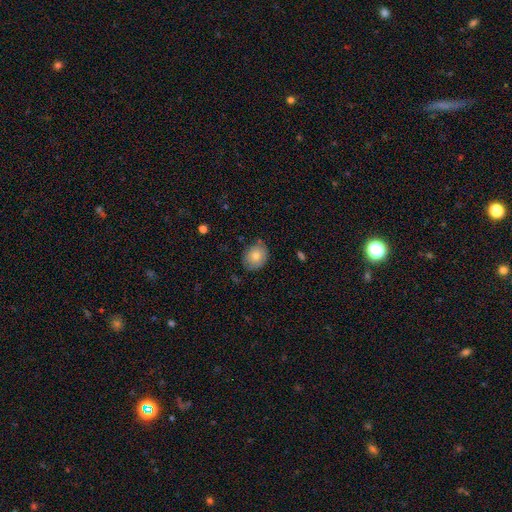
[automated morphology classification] Smooth or featured?
  - smooth: 75% *
  - featured or disk: 17%
  - star or artifact: 8%
How rounded?
  - in between: 52% *
  - round: 47%
  - cigar-shaped: 1%
Merging?
  - none: 79% *
  - minor disturbance: 16%
  - major disturbance: 3%
  - merger: 2%